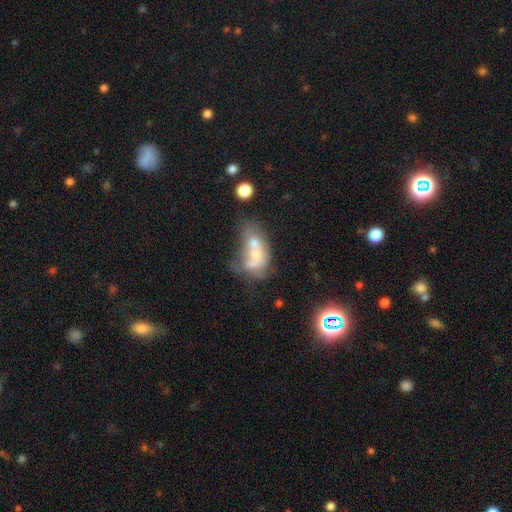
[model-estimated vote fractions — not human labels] Overall: smooth (47%; featured or disk 43%). Merging: merger (65%).